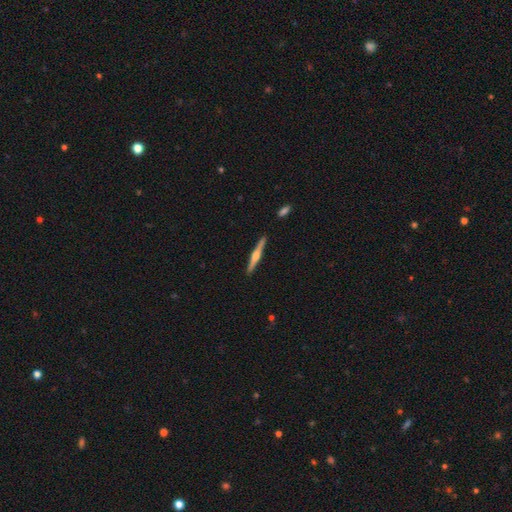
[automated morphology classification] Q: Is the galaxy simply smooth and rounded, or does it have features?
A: featured or disk — 72%.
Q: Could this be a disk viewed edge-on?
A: yes — 98%.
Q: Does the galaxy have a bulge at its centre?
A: rounded — 86%.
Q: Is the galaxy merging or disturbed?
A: none — 91%.